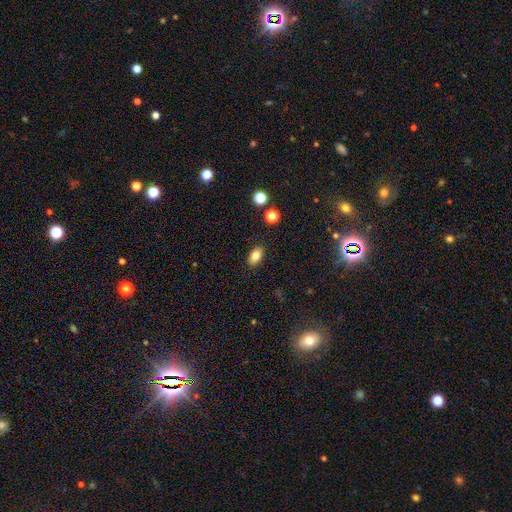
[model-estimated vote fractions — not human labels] Smooth or featured?
  - smooth: 81% *
  - star or artifact: 9%
  - featured or disk: 9%
How rounded?
  - in between: 90% *
  - round: 7%
  - cigar-shaped: 3%
Merging?
  - none: 88% *
  - minor disturbance: 9%
  - major disturbance: 2%
  - merger: 1%